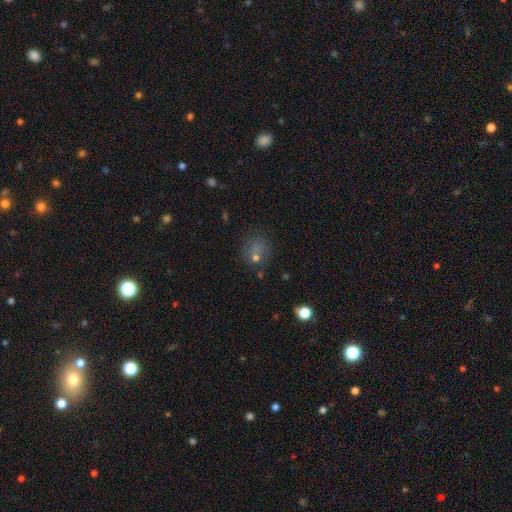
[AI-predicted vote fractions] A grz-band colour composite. It shows a smooth galaxy with no disk features (57%) that is round (75%). Merging: none (65%).